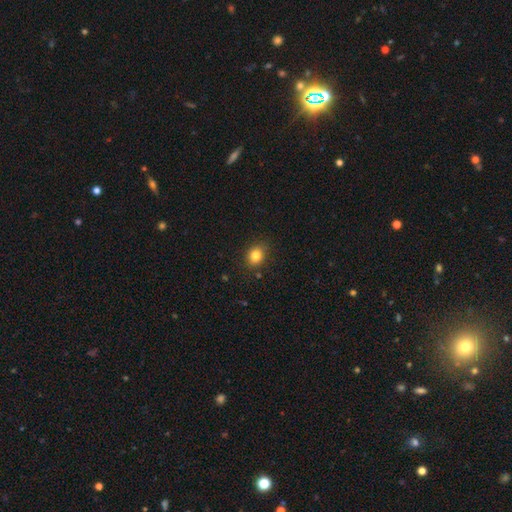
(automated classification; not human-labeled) Q: Smooth or featured?
A: smooth (82%); runner-up: star or artifact (11%)
Q: How rounded?
A: round (61%); runner-up: in between (38%)
Q: Merging?
A: none (86%); runner-up: minor disturbance (10%)